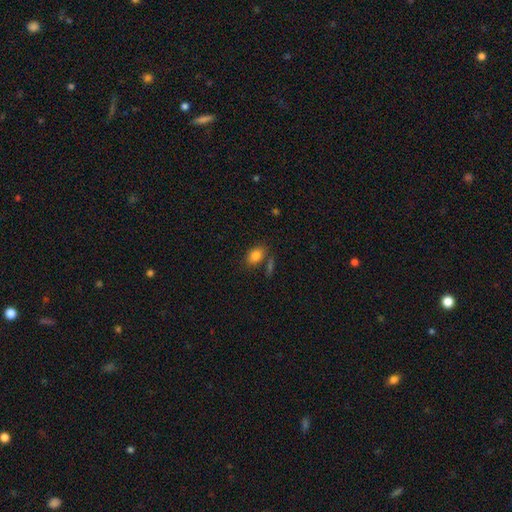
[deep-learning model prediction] The model was most divided on "merging": none: 69%, minor disturbance: 14%, merger: 13%, major disturbance: 5%. More confident: smooth or featured — smooth (82%); how rounded — in between (82%).